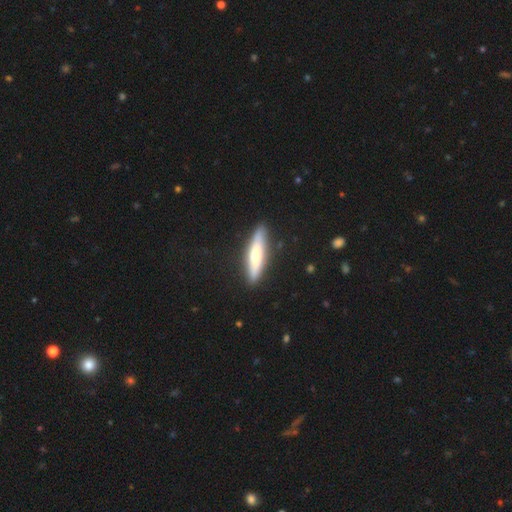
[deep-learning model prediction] The model was most divided on "smooth or featured": smooth: 52%, featured or disk: 43%, star or artifact: 5%. More confident: merging — none (88%); how rounded — cigar-shaped (79%).